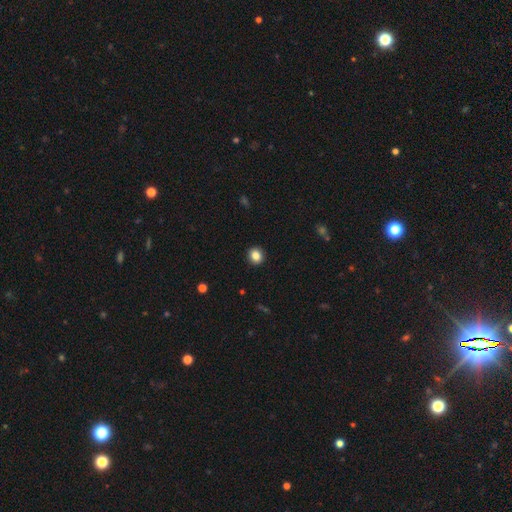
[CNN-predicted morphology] Smooth or featured: smooth — 85% (star or artifact — 10%)
How rounded: round — 85% (in between — 15%)
Merging: none — 92% (minor disturbance — 5%)